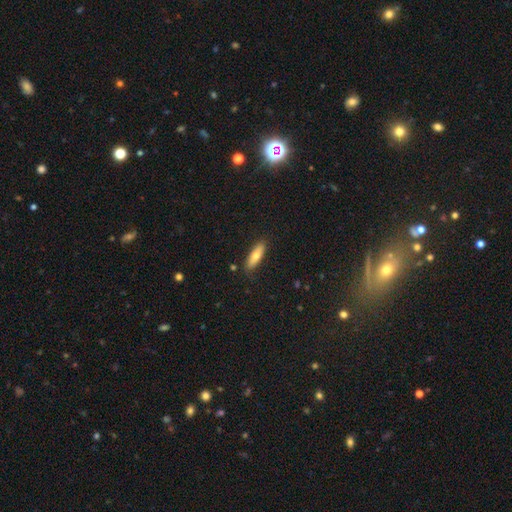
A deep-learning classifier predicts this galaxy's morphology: This appears to be a smooth galaxy with no disk features (68%) that is cigar-shaped (53%). Merging: none (85%).